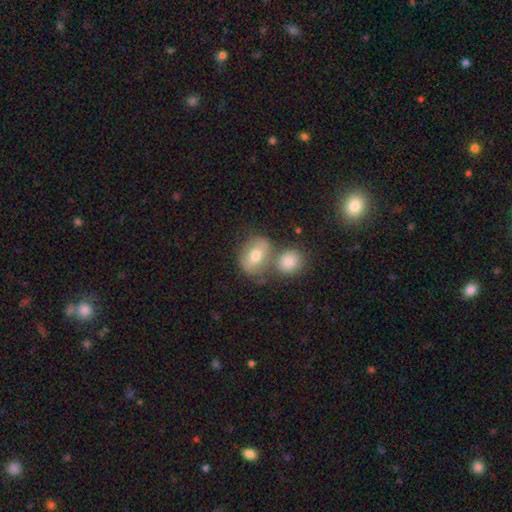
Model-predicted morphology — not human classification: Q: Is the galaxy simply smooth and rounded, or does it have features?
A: smooth — 63%.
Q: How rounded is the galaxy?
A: in between — 63%.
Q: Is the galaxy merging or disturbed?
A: none — 45%.